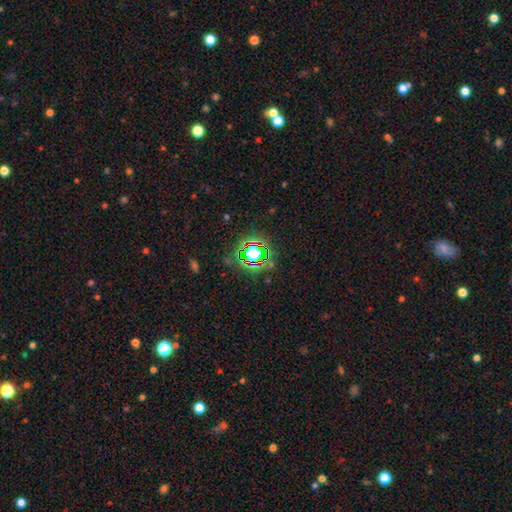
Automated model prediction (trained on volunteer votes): Smooth or featured? Predicted: star or artifact (p=0.68).